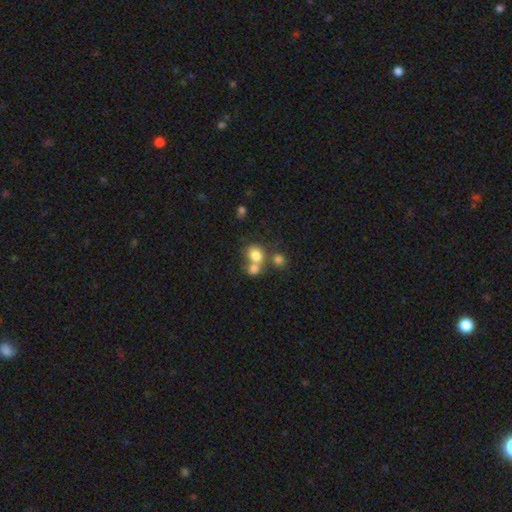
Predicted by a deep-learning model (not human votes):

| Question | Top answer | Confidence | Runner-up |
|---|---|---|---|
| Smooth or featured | smooth | 76% | featured or disk (12%) |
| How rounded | round | 68% | in between (31%) |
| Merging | merger | 49% | none (37%) |